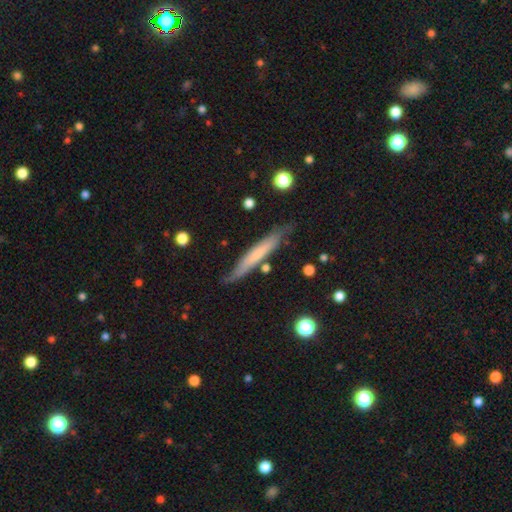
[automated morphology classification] This appears to be a smooth galaxy with no disk features (56%) that is cigar-shaped (93%). Merging: none (77%).